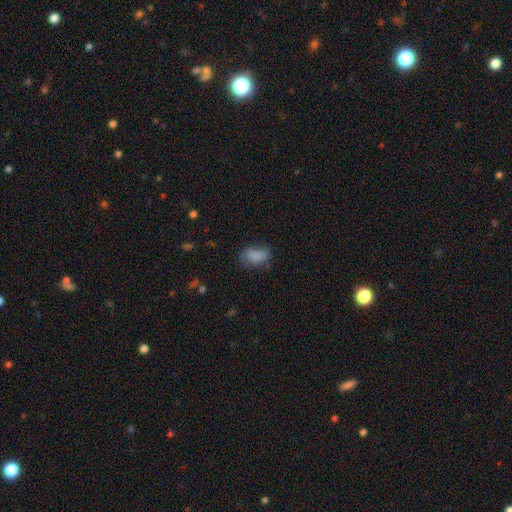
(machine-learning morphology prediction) Smooth or featured?
  - smooth: 80% *
  - featured or disk: 11%
  - star or artifact: 9%
How rounded?
  - in between: 90% *
  - round: 8%
  - cigar-shaped: 3%
Merging?
  - none: 52% *
  - minor disturbance: 31%
  - major disturbance: 15%
  - merger: 2%